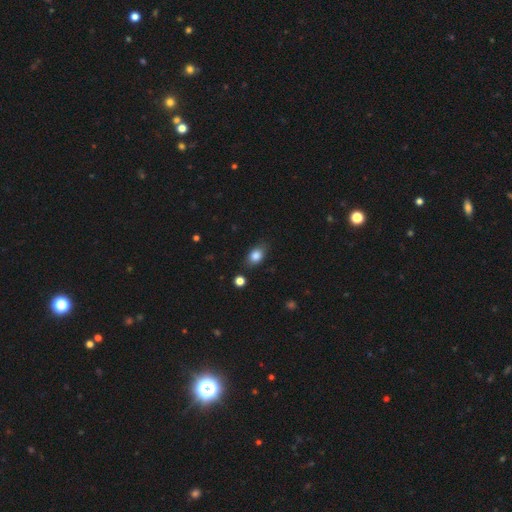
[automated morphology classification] Smooth or featured? smooth (84%)
How rounded? in between (78%)
Merging? none (79%)